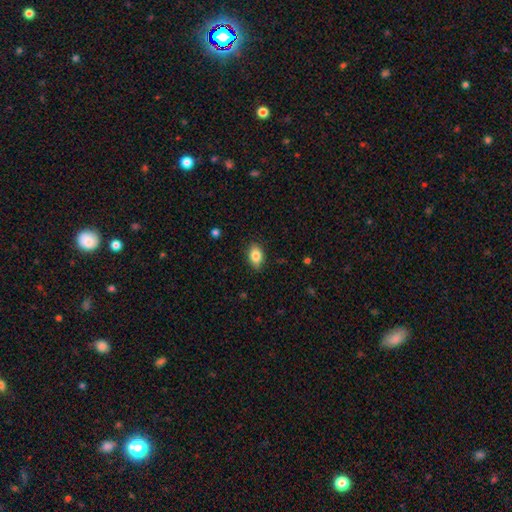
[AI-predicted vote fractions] smooth 85%, star or artifact 8%, featured or disk 7%. Down the decision tree: how rounded — in between (85%); merging — none (85%).